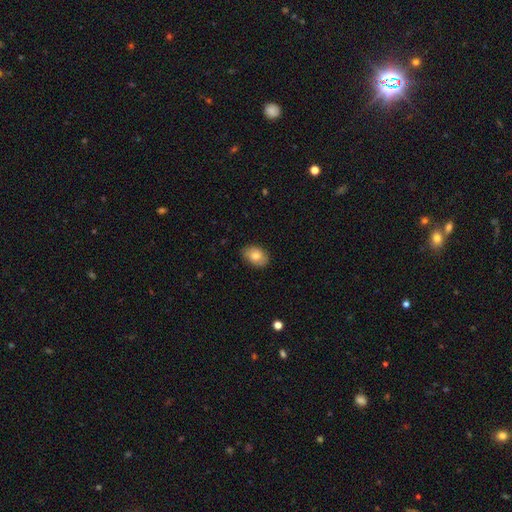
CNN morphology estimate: Smooth or featured? Predicted: smooth (p=0.78). How rounded? Predicted: in between (p=0.82). Merging? Predicted: none (p=0.83).